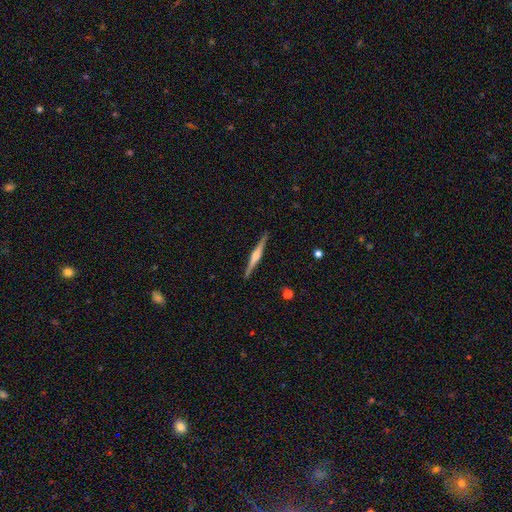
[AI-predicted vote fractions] This appears to be a featured or disk galaxy (72%) viewed edge-on (98%) with a rounded central bulge (74%). Merging: none (92%).